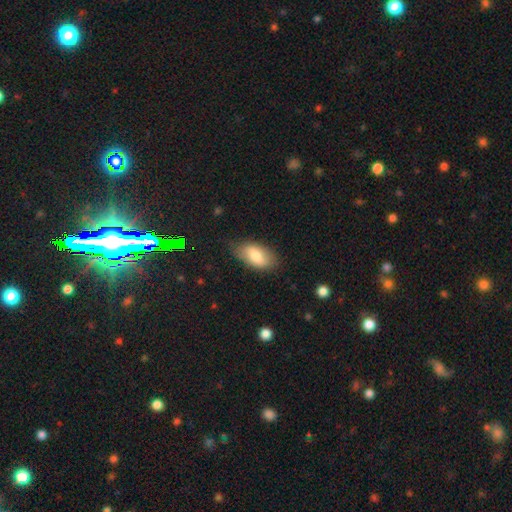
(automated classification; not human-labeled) smooth-or-featured: smooth: 77% | featured or disk: 17% | star or artifact: 6%
  how-rounded: in between: 93% | round: 4% | cigar-shaped: 3%
  merging: none: 73% | minor disturbance: 21% | major disturbance: 5% | merger: 1%